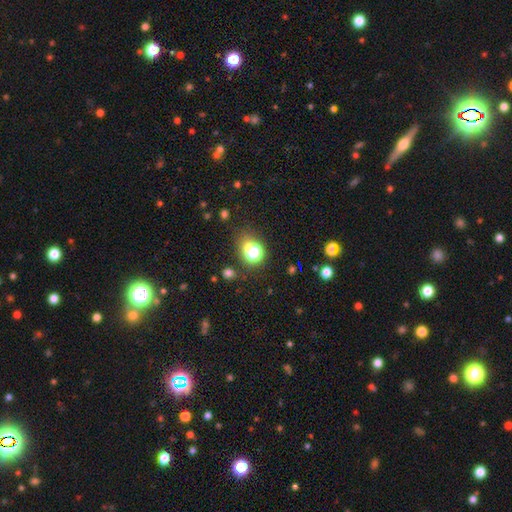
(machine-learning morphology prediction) smooth-or-featured: smooth: 61% | star or artifact: 33% | featured or disk: 6%
  how-rounded: round: 56% | in between: 42% | cigar-shaped: 2%
  merging: none: 72% | minor disturbance: 15% | merger: 7% | major disturbance: 7%